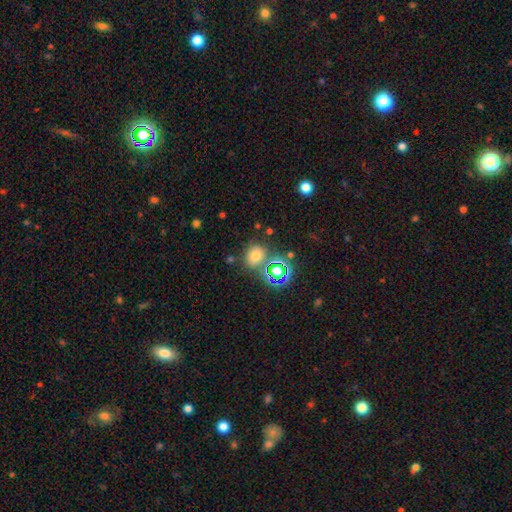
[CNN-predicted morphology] smooth_or_featured: smooth (p=0.67) [alt: star or artifact p=0.24]
how_rounded: round (p=0.64) [alt: in between p=0.35]
merging: none (p=0.73) [alt: merger p=0.12]